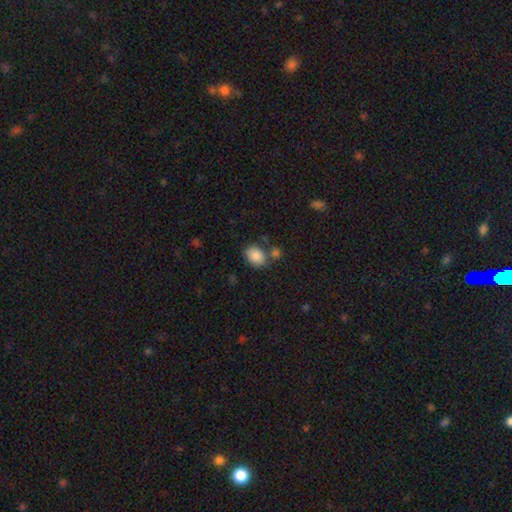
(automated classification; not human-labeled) Smooth or featured: smooth — 86% (star or artifact — 8%)
How rounded: in between — 71% (round — 28%)
Merging: none — 64% (merger — 17%)